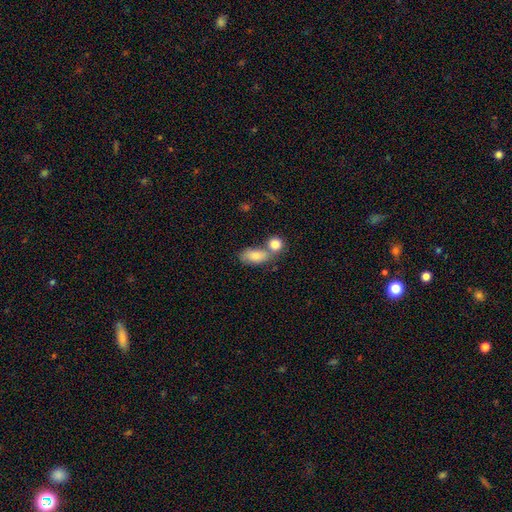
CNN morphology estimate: This is clearly a smooth galaxy (84%). How rounded: clearly in between (87%). Merging: possibly merger (45%).